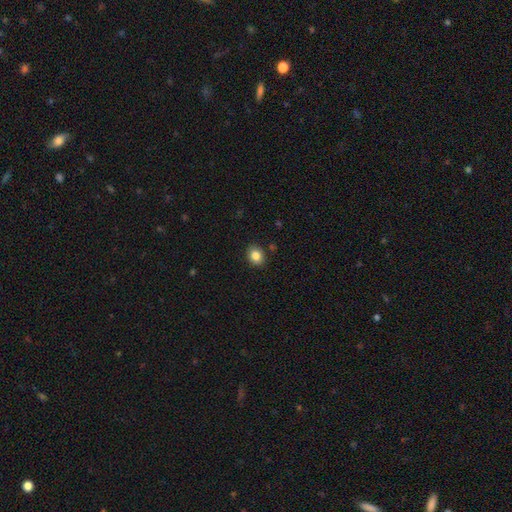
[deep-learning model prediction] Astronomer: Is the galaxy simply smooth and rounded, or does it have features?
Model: smooth — 85%.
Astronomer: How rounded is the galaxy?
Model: round — 53% (runner-up: in between, 46%).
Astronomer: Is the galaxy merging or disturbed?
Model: none — 89%.